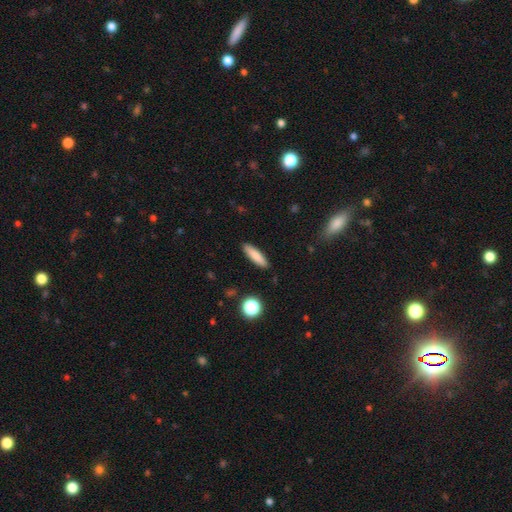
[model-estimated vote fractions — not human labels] smooth 81%, featured or disk 11%, star or artifact 7%. Down the decision tree: how rounded — cigar-shaped (71%); merging — none (90%).